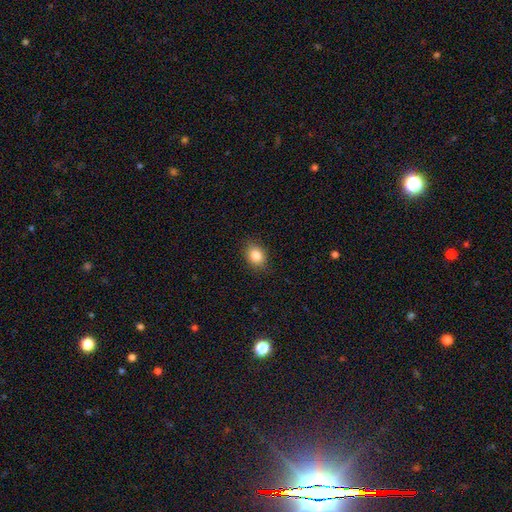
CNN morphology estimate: Smooth or featured?
  - smooth: 85% *
  - star or artifact: 9%
  - featured or disk: 6%
How rounded?
  - in between: 64% *
  - round: 35%
  - cigar-shaped: 1%
Merging?
  - none: 88% *
  - minor disturbance: 9%
  - major disturbance: 2%
  - merger: 1%